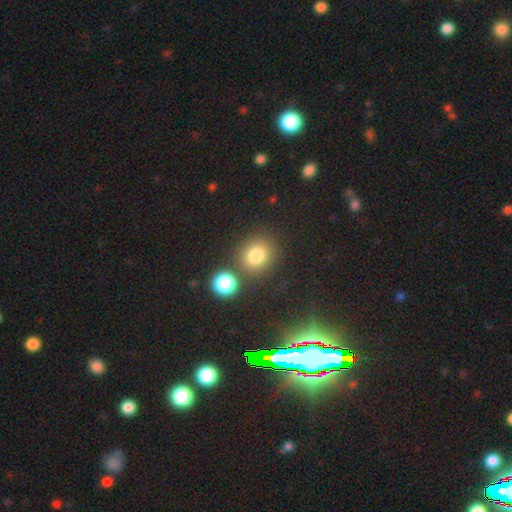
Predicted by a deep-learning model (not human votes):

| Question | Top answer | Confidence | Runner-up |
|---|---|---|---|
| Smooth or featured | smooth | 80% | star or artifact (14%) |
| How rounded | round | 78% | in between (21%) |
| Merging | none | 74% | merger (14%) |